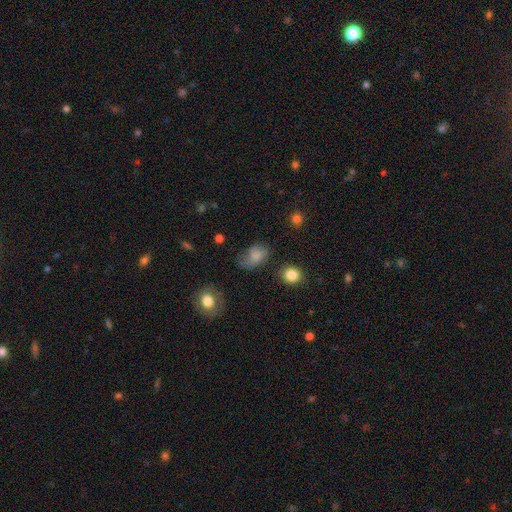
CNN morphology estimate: The model was most divided on "merging": none: 47%, minor disturbance: 31%, major disturbance: 19%, merger: 3%. More confident: how rounded — in between (78%); smooth or featured — smooth (70%).